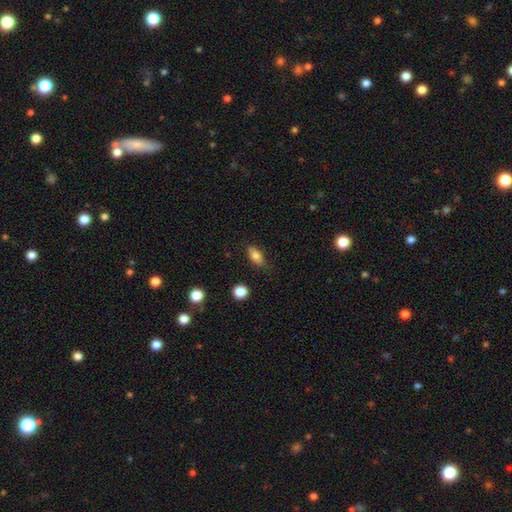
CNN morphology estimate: Smooth or featured?
  - smooth: 79% *
  - featured or disk: 13%
  - star or artifact: 8%
How rounded?
  - in between: 84% *
  - cigar-shaped: 10%
  - round: 6%
Merging?
  - none: 79% *
  - minor disturbance: 16%
  - major disturbance: 3%
  - merger: 2%